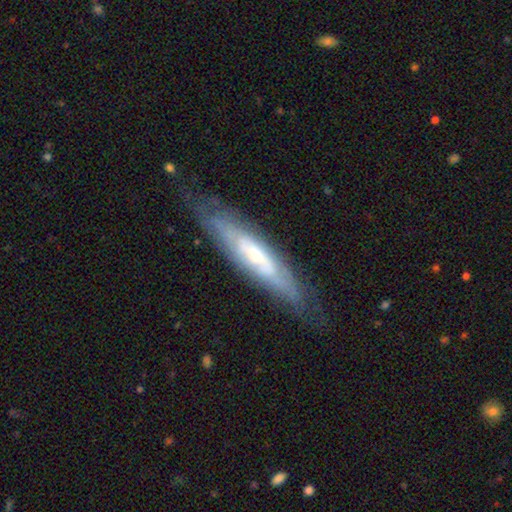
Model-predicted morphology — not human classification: smooth-or-featured: featured or disk: 68% | smooth: 25% | star or artifact: 6%
  disk-edge-on: yes: 51% | no: 49%
  merging: none: 71% | minor disturbance: 20% | major disturbance: 7% | merger: 2%